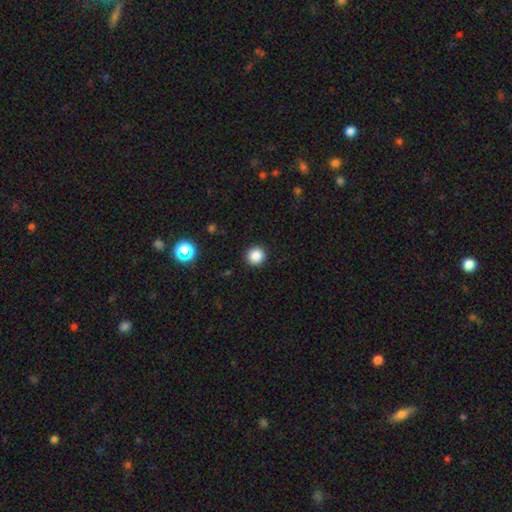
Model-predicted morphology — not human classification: Overall: smooth (85%). How rounded: round (94%). Merging: none (92%).